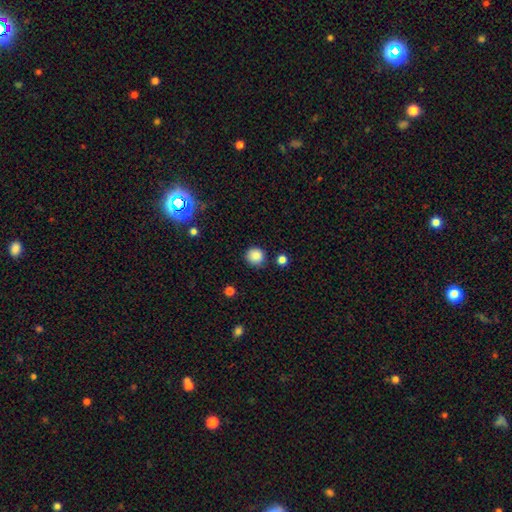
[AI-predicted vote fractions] Overall: smooth (86%). How rounded: round (92%). Merging: none (86%).